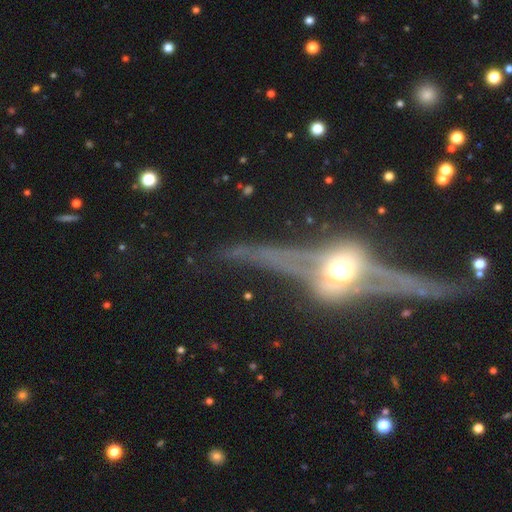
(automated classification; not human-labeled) A featured or disk galaxy (68%) viewed edge-on (79%) with a rounded central bulge (90%). Merging: none (58%).